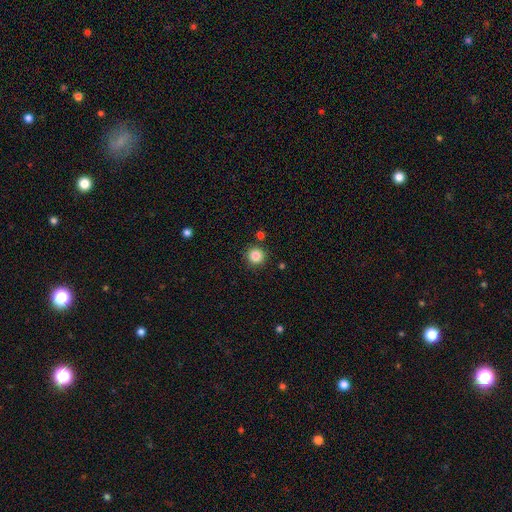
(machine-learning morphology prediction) Overall: smooth (86%). How rounded: round (95%). Merging: none (87%).